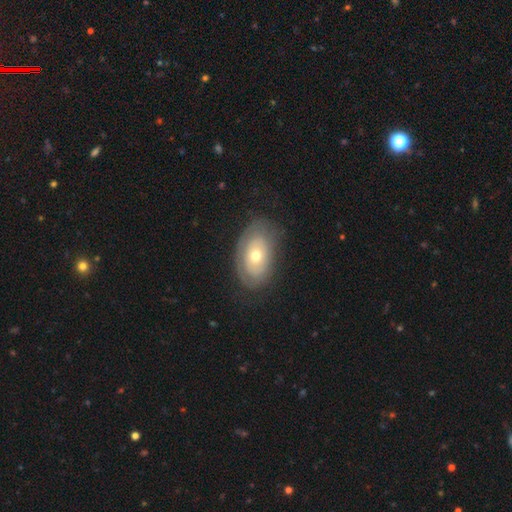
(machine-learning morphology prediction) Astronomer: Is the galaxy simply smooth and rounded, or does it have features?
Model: featured or disk — 54% (runner-up: smooth, 38%).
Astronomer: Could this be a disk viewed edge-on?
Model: no — 92%.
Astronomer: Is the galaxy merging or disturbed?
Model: none — 73%.